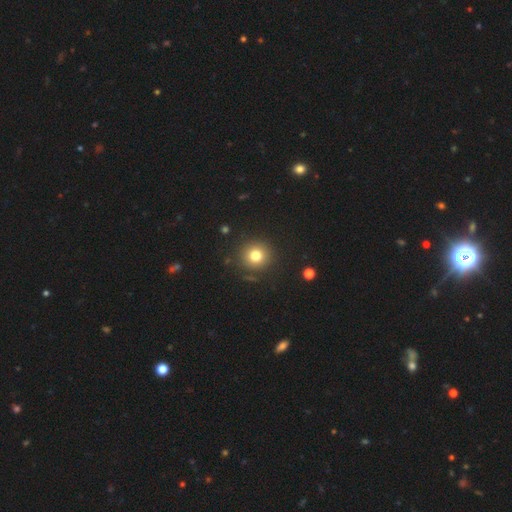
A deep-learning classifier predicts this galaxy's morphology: smooth 78%, star or artifact 13%, featured or disk 9%. Down the decision tree: how rounded — round (93%); merging — none (89%).